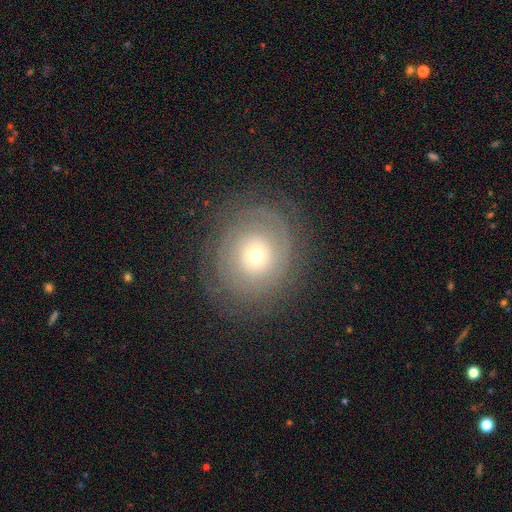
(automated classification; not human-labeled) smooth-or-featured: featured or disk: 60% | smooth: 30% | star or artifact: 10%
  disk-edge-on: no: 96% | yes: 4%
    bar: no: 87% | weak: 10% | strong: 3%
    has-spiral-arms: yes: 63% | no: 37%
    bulge-size: small: 51% | moderate: 42% | large: 4% | dominant: 1% | none: 1%
  merging: none: 81% | minor disturbance: 11% | major disturbance: 6% | merger: 1%